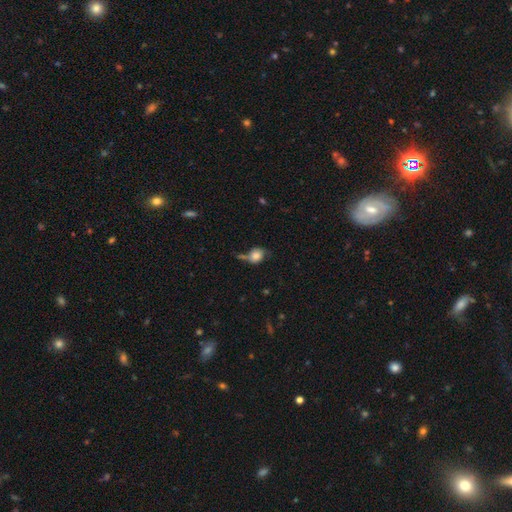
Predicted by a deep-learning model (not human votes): smooth_or_featured: smooth (p=0.73) [alt: featured or disk p=0.17]
how_rounded: round (p=0.62) [alt: in between p=0.36]
merging: none (p=0.42) [alt: minor disturbance p=0.25]